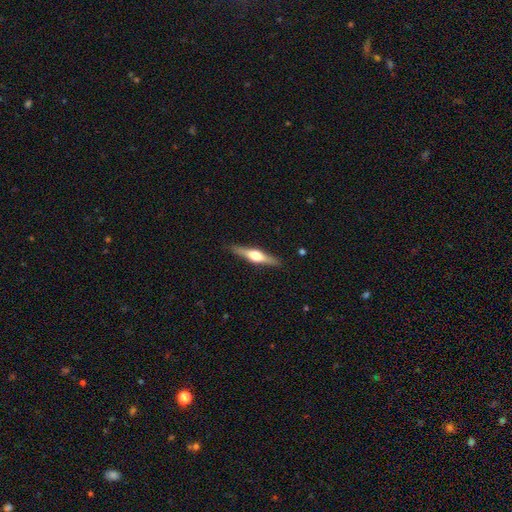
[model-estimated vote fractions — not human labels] Smooth or featured?
  - featured or disk: 67% *
  - smooth: 27%
  - star or artifact: 6%
Edge-on disk?
  - yes: 97% *
  - no: 3%
Edge-on bulge?
  - rounded: 93% *
  - boxy: 5%
  - none: 2%
Merging?
  - none: 89% *
  - minor disturbance: 8%
  - major disturbance: 2%
  - merger: 1%